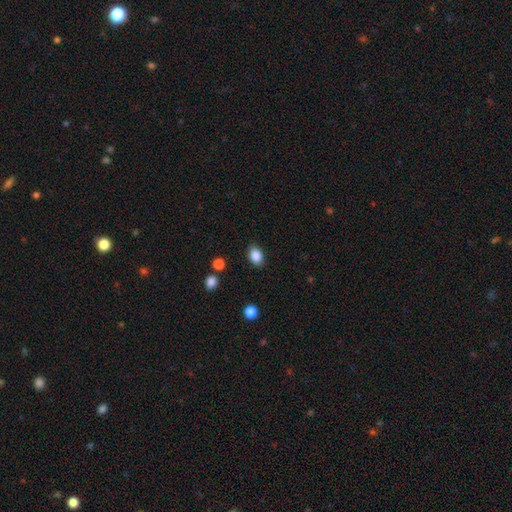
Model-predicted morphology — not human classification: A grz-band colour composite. It shows a smooth galaxy with no disk features (86%) that is in between round and cigar-shaped (78%). Merging: none (86%).